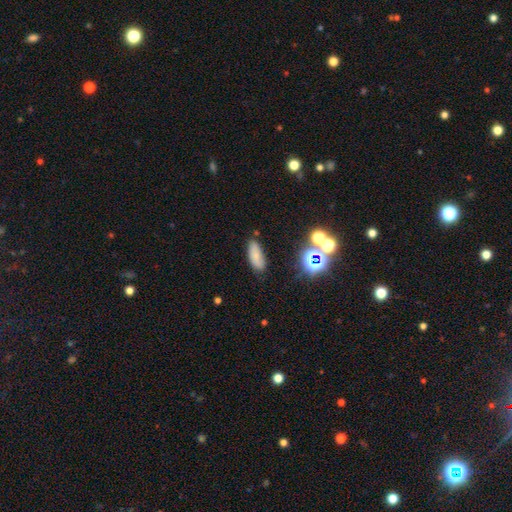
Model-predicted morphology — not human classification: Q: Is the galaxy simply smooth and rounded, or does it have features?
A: smooth — 71%.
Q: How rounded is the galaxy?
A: in between — 76%.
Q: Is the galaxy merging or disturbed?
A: none — 79%.